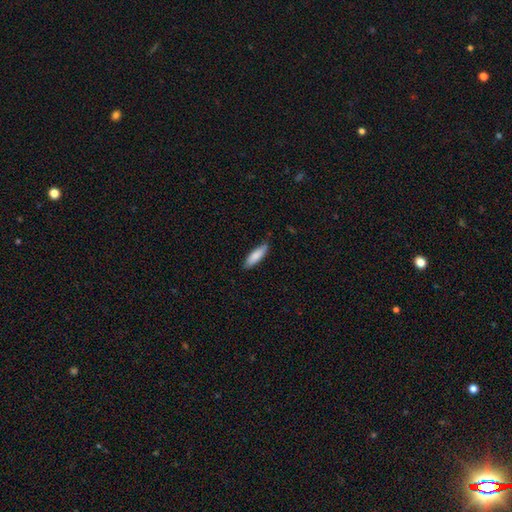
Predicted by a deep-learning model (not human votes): The model was most divided on "how rounded": cigar-shaped: 52%, in between: 47%, round: 1%. More confident: smooth or featured — smooth (86%); merging — none (80%).